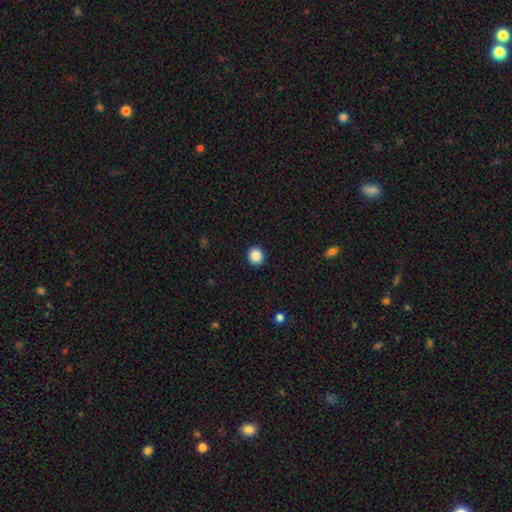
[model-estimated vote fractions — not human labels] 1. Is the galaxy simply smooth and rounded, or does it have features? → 86% smooth, 9% star or artifact, 5% featured or disk.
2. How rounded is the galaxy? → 83% round, 16% in between, 1% cigar-shaped.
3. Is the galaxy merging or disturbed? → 92% none, 5% minor disturbance, 2% major disturbance, 1% merger.